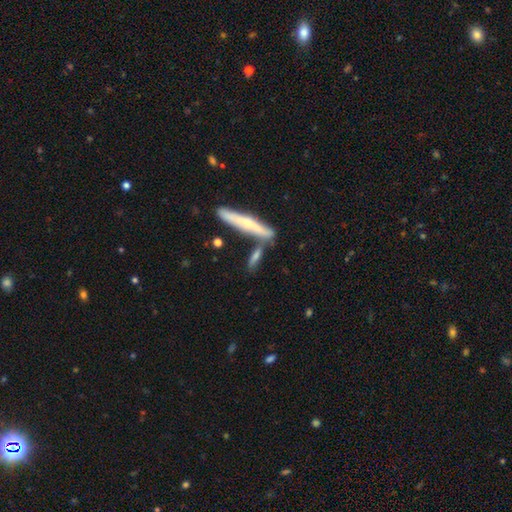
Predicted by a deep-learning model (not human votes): smooth_or_featured: smooth (p=0.53) [alt: featured or disk p=0.39]
how_rounded: cigar-shaped (p=0.79) [alt: in between p=0.17]
merging: none (p=0.60) [alt: merger p=0.23]